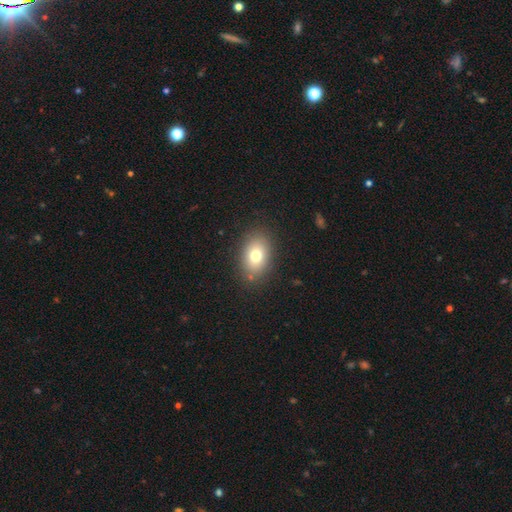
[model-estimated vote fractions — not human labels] Overall: smooth (76%). How rounded: in between (79%). Merging: none (85%).